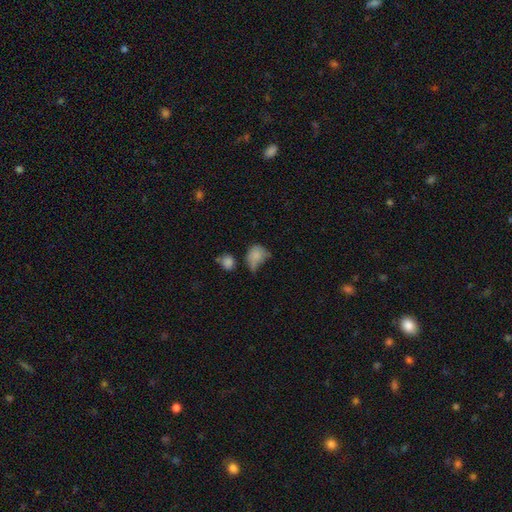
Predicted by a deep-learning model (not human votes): This appears to be a smooth galaxy with no disk features (75%) that is round (51%). Merging: minor disturbance (32%).